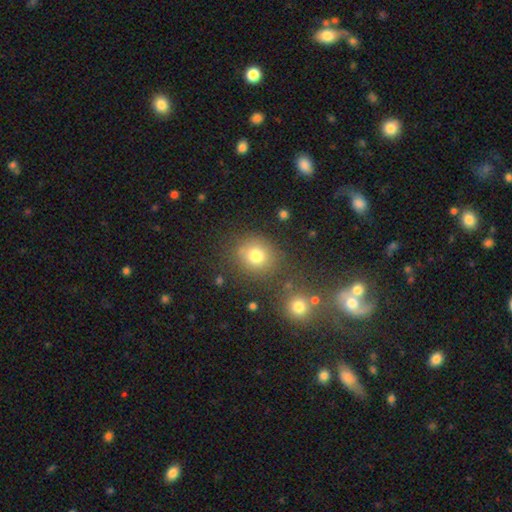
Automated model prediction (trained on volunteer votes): Morphology: type=smooth (76%); roundness=round (77%); merging=none (73%).